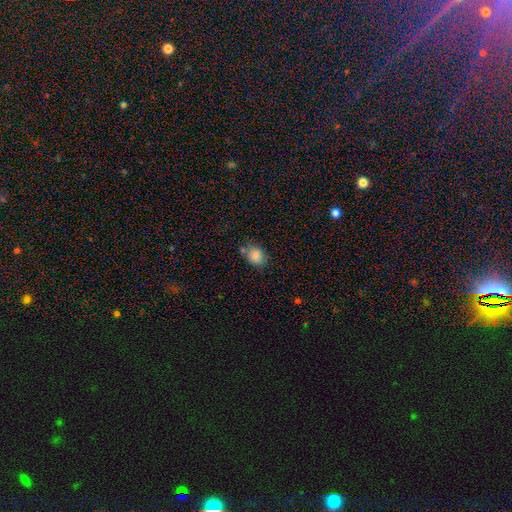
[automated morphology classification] Smooth or featured? smooth (86%)
How rounded? in between (57%)
Merging? none (66%)